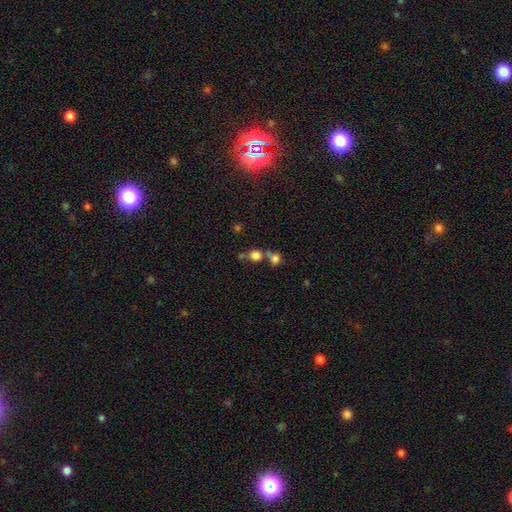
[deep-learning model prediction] smooth-or-featured: smooth: 77% | star or artifact: 14% | featured or disk: 9%
  how-rounded: round: 79% | in between: 19% | cigar-shaped: 1%
  merging: none: 44% | merger: 43% | minor disturbance: 8% | major disturbance: 5%